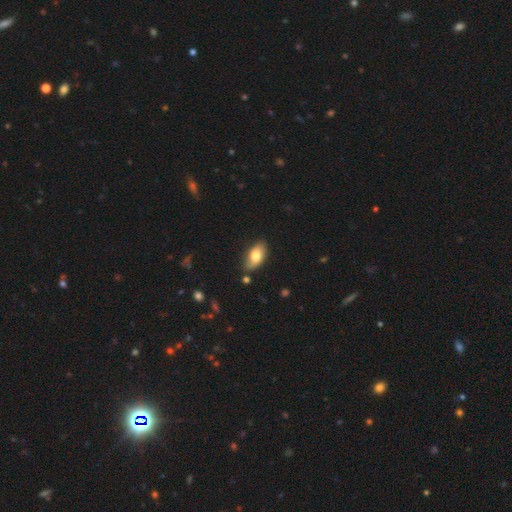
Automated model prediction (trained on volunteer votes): A smooth galaxy with no disk features (74%) that is in between round and cigar-shaped (92%).

Vote fractions:
- Smooth or featured? smooth: 74% / featured or disk: 19% / star or artifact: 7%
- How rounded? in between: 92% / round: 4% / cigar-shaped: 4%
- Merging? none: 73% / minor disturbance: 20% / major disturbance: 4% / merger: 3%